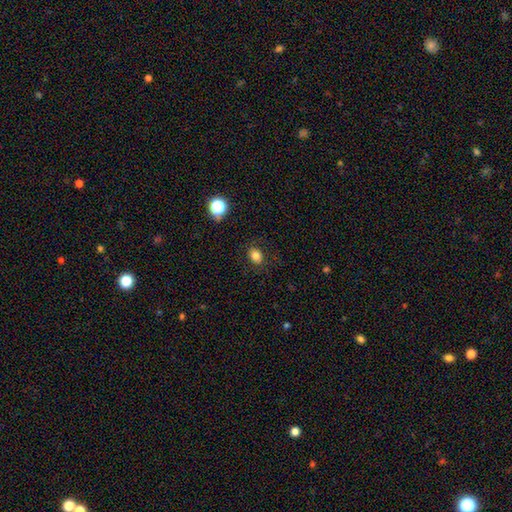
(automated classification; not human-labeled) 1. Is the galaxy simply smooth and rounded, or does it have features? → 81% smooth, 12% star or artifact, 7% featured or disk.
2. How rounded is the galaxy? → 58% in between, 41% round, 1% cigar-shaped.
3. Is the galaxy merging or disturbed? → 85% none, 10% minor disturbance, 4% major disturbance, 1% merger.